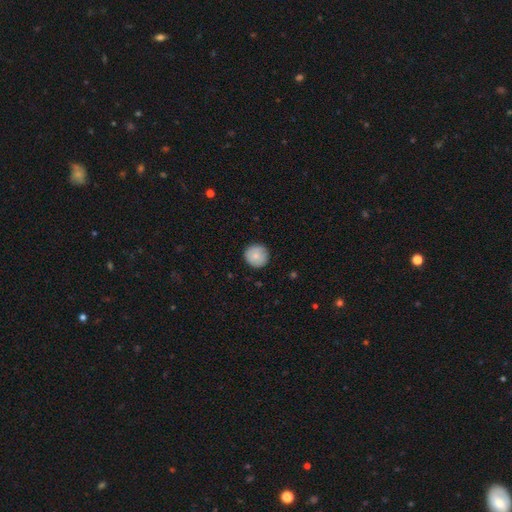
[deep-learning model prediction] Smooth or featured? smooth (80%)
How rounded? round (94%)
Merging? none (87%)